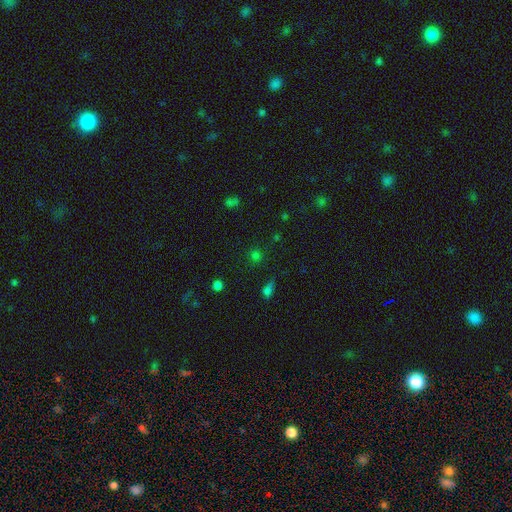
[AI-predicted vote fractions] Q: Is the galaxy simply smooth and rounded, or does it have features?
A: smooth — 62%.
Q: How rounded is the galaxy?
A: round — 88%.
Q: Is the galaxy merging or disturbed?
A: none — 79%.